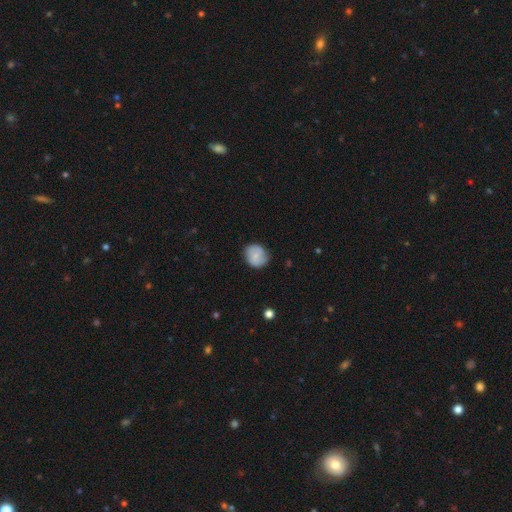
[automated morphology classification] A smooth galaxy with no disk features (68%) that is round (77%). Merging: none (75%).